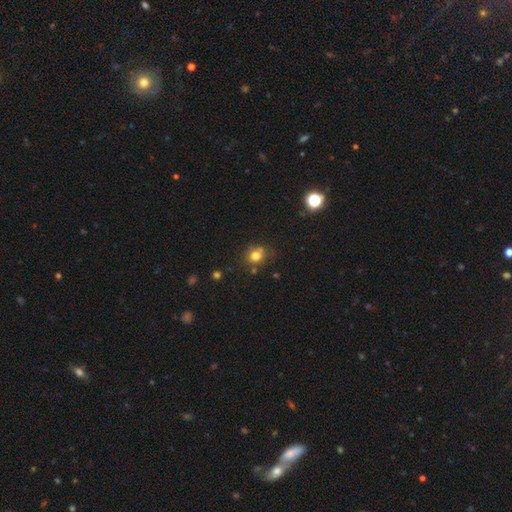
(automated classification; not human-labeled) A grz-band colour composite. It shows a smooth galaxy with no disk features (76%) that is round (74%). Merging: none (66%).